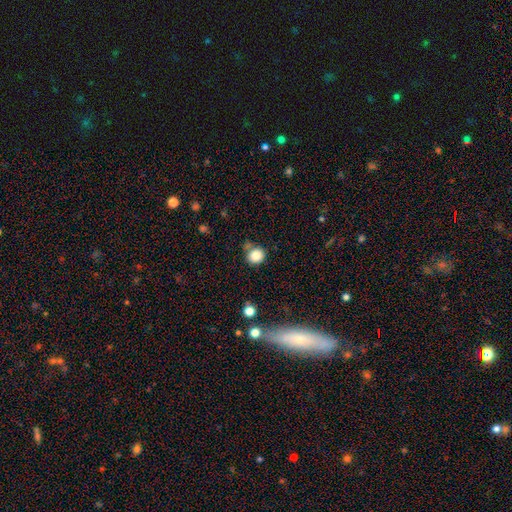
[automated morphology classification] smooth 83%, star or artifact 11%, featured or disk 6%. Down the decision tree: how rounded — round (86%); merging — none (71%).